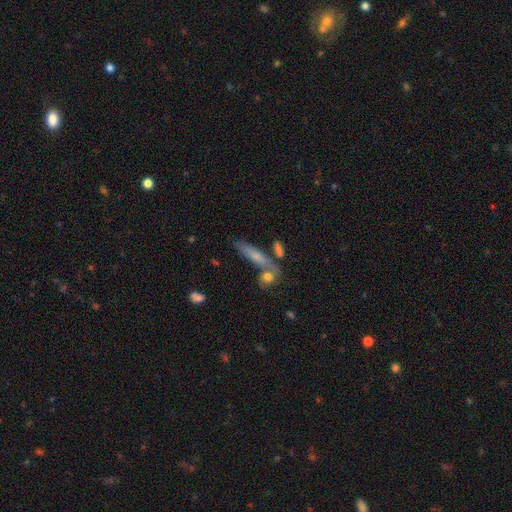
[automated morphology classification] Smooth or featured: smooth — 64% (featured or disk — 28%)
How rounded: cigar-shaped — 76% (in between — 20%)
Merging: none — 62% (merger — 19%)